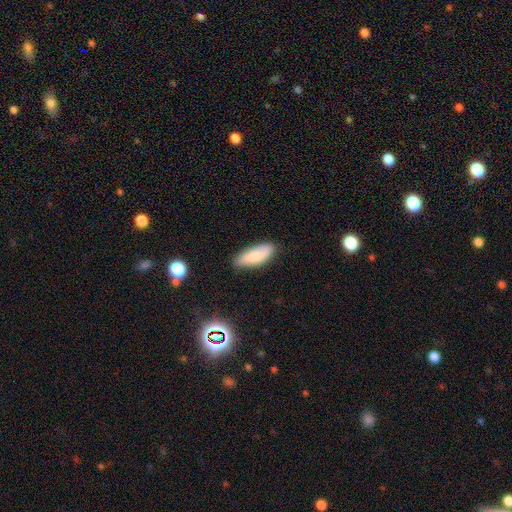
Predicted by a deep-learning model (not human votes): smooth-or-featured: smooth: 76% | featured or disk: 17% | star or artifact: 6%
  how-rounded: in between: 72% | cigar-shaped: 26% | round: 2%
  merging: none: 79% | minor disturbance: 16% | major disturbance: 3% | merger: 2%